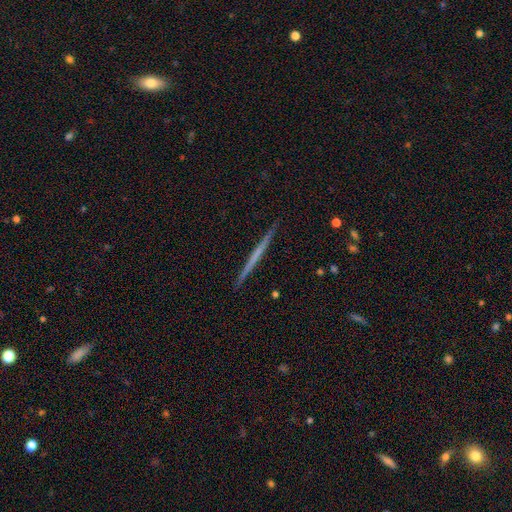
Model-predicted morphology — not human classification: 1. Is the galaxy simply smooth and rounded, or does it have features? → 58% featured or disk, 37% smooth, 5% star or artifact.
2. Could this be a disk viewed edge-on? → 98% yes, 2% no.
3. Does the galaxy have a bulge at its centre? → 89% none, 7% rounded, 3% boxy.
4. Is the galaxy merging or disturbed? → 93% none, 5% minor disturbance, 1% major disturbance, 1% merger.